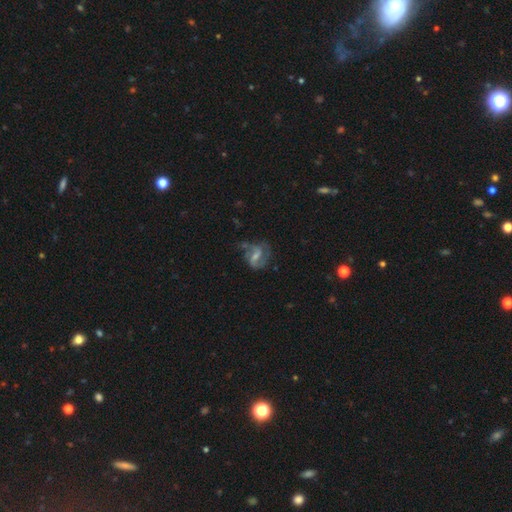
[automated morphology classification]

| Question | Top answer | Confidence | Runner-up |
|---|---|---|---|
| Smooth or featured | featured or disk | 75% | smooth (15%) |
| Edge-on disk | no | 97% | yes (3%) |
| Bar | weak | 49% | strong (29%) |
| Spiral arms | yes | 89% | no (11%) |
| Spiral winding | medium | 47% | loose (30%) |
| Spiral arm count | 2 | 68% | can't tell (13%) |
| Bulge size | small | 47% | moderate (39%) |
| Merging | none | 56% | minor disturbance (21%) |